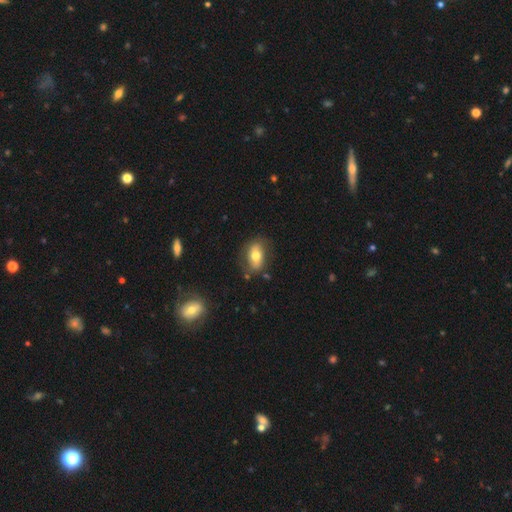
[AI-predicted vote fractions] Smooth or featured? Predicted: smooth (p=0.65). How rounded? Predicted: in between (p=0.84). Merging? Predicted: none (p=0.73).